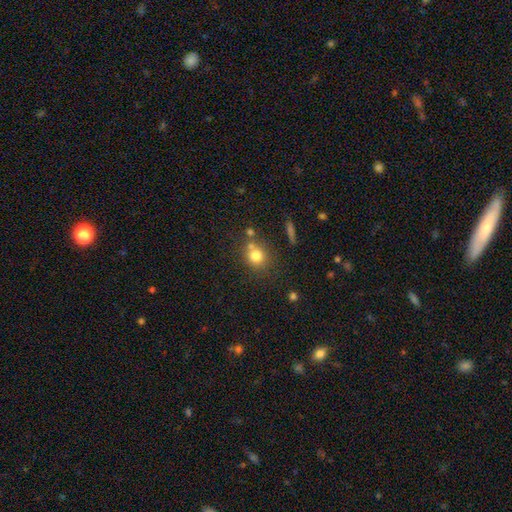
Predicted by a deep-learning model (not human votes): smooth-or-featured: smooth: 77% | star or artifact: 13% | featured or disk: 10%
  how-rounded: round: 81% | in between: 18% | cigar-shaped: 1%
  merging: none: 61% | merger: 21% | minor disturbance: 13% | major disturbance: 5%